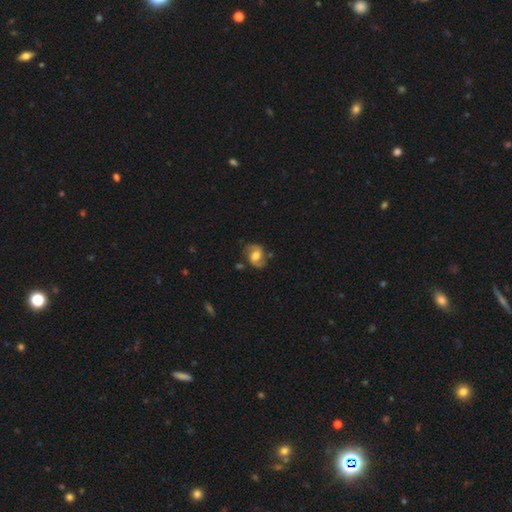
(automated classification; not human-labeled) Smooth or featured?
  - featured or disk: 70% *
  - smooth: 23%
  - star or artifact: 7%
Edge-on disk?
  - no: 97% *
  - yes: 3%
Bar?
  - no: 44% *
  - weak: 42%
  - strong: 13%
Spiral arms?
  - yes: 91% *
  - no: 9%
Spiral winding?
  - medium: 48% *
  - loose: 34%
  - tight: 18%
Spiral arm count?
  - 2: 89% *
  - can't tell: 5%
  - 1: 3%
  - 3: 1%
  - 4: 1%
  - more than 4: 1%
Bulge size?
  - moderate: 57% *
  - large: 28%
  - small: 11%
  - none: 2%
  - dominant: 2%
Merging?
  - none: 72% *
  - minor disturbance: 18%
  - major disturbance: 7%
  - merger: 3%